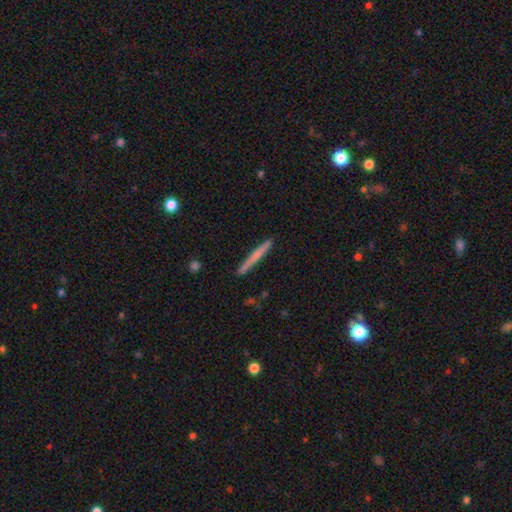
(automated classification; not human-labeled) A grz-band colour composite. It shows a smooth galaxy with no disk features (58%) that is cigar-shaped (96%). Merging: none (89%).